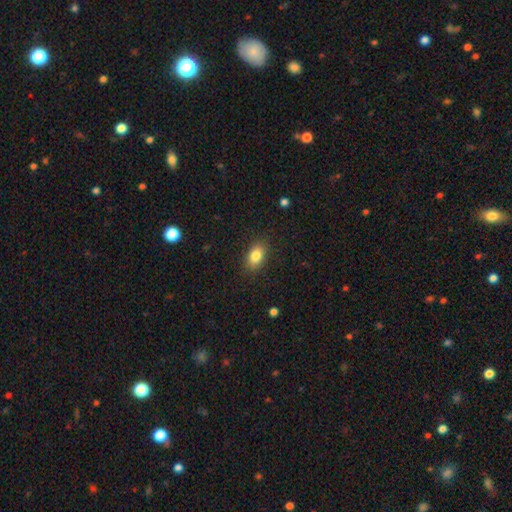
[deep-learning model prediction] Overall: smooth (83%). How rounded: in between (86%). Merging: none (87%).